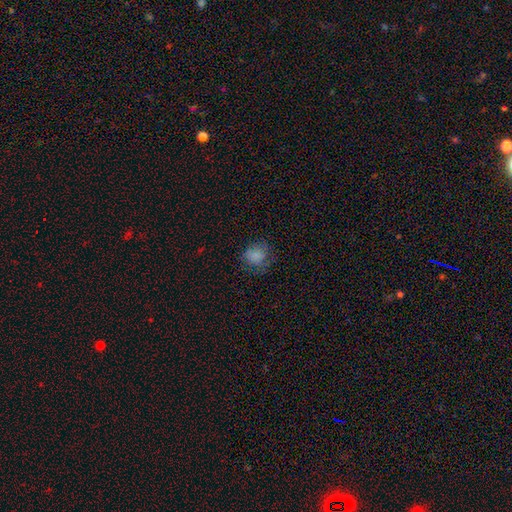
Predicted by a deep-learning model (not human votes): Overall: smooth (77%). How rounded: round (77%). Merging: none (65%).